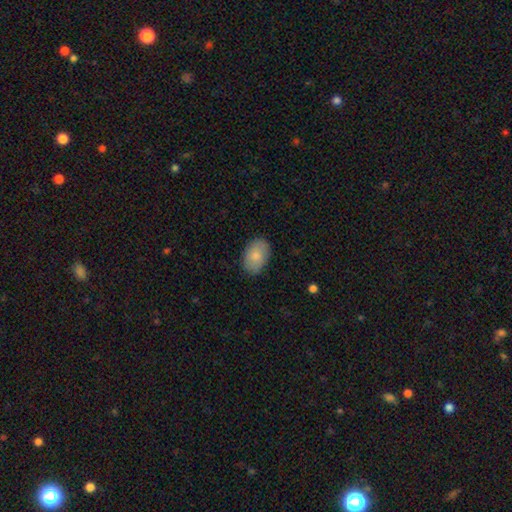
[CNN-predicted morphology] The model was most divided on "smooth or featured": smooth: 81%, featured or disk: 13%, star or artifact: 6%. More confident: how rounded — in between (87%); merging — none (83%).